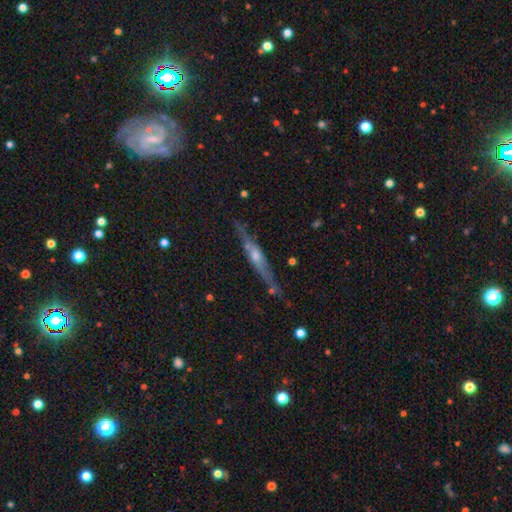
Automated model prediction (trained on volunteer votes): The model was most divided on "smooth or featured": featured or disk: 74%, smooth: 18%, star or artifact: 7%. More confident: edge-on disk — yes (95%); edge-on bulge — rounded (81%); merging — none (80%).